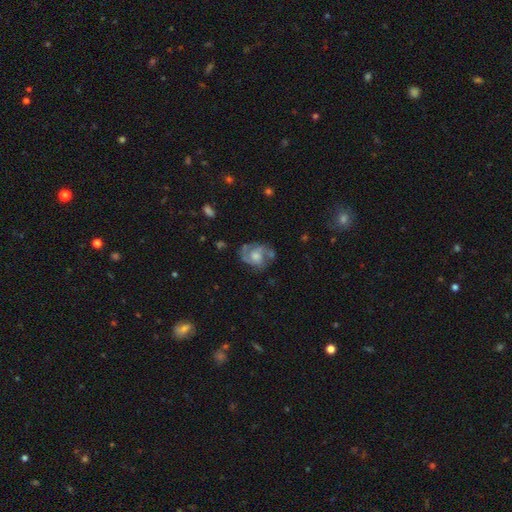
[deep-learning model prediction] Morphology: type=featured or disk (69%); edge-on=no (97%); bar=no (70%); spiral arms=yes (81%); winding=medium (46%); arm count=2 (44%); bulge=moderate (54%); merging=none (62%).